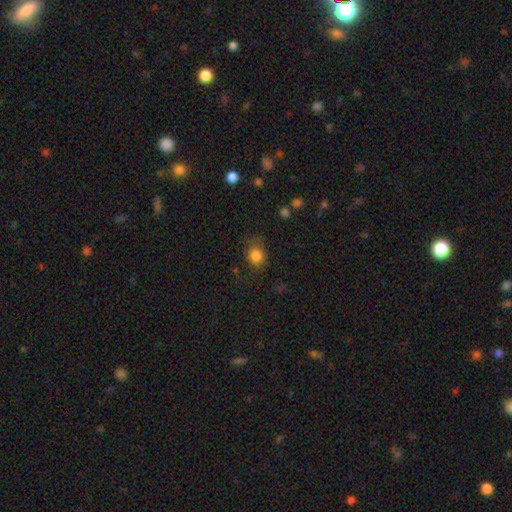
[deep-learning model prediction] Smooth or featured? Predicted: smooth (p=0.83). How rounded? Predicted: round (p=0.70). Merging? Predicted: none (p=0.67).